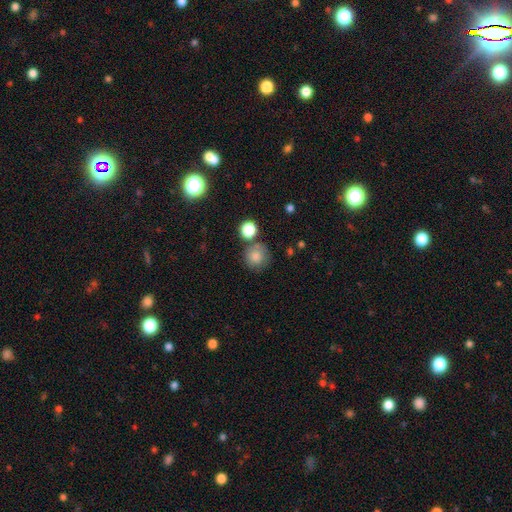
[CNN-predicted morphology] smooth_or_featured: smooth (p=0.81) [alt: star or artifact p=0.11]
how_rounded: round (p=0.90) [alt: in between p=0.09]
merging: none (p=0.67) [alt: minor disturbance p=0.14]